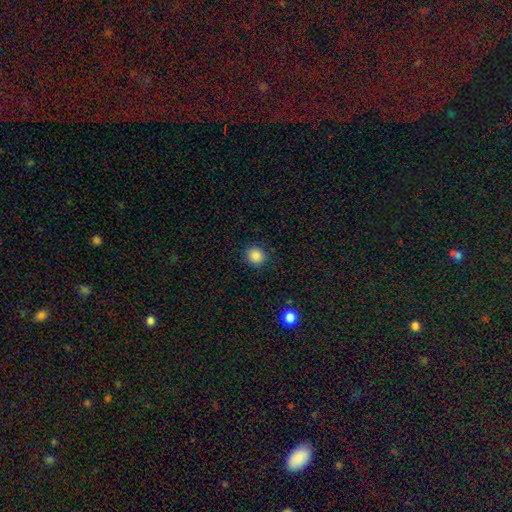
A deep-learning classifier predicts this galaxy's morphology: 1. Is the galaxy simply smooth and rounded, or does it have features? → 86% smooth, 10% star or artifact, 3% featured or disk.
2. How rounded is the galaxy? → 88% round, 11% in between, 1% cigar-shaped.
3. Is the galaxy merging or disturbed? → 89% none, 7% minor disturbance, 3% major disturbance, 1% merger.